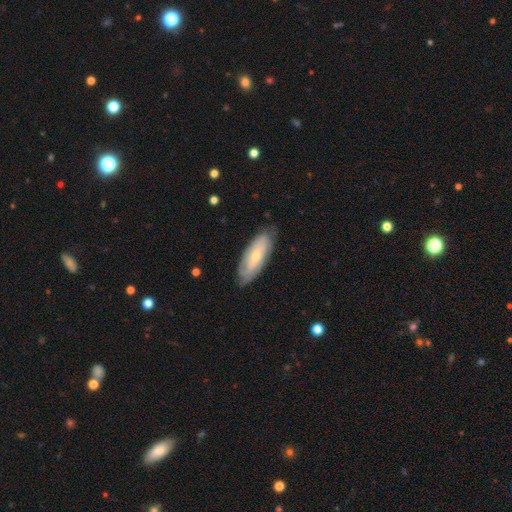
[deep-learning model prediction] smooth-or-featured: featured or disk: 53% | smooth: 41% | star or artifact: 6%
  disk-edge-on: no: 81% | yes: 19%
  merging: none: 76% | minor disturbance: 18% | major disturbance: 4% | merger: 1%